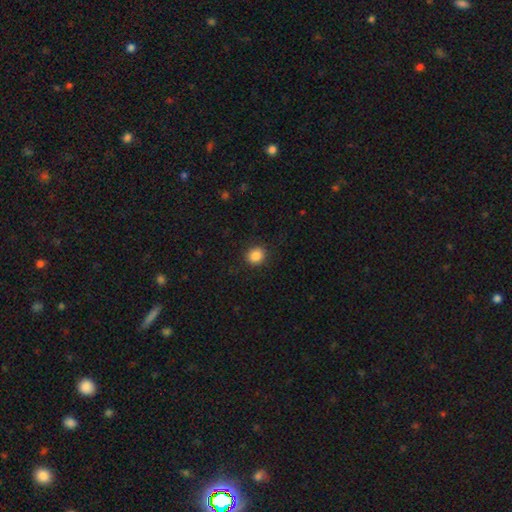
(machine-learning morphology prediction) Smooth or featured?
  - smooth: 87% *
  - star or artifact: 10%
  - featured or disk: 4%
How rounded?
  - round: 80% *
  - in between: 19%
  - cigar-shaped: 1%
Merging?
  - none: 90% *
  - minor disturbance: 7%
  - major disturbance: 2%
  - merger: 1%